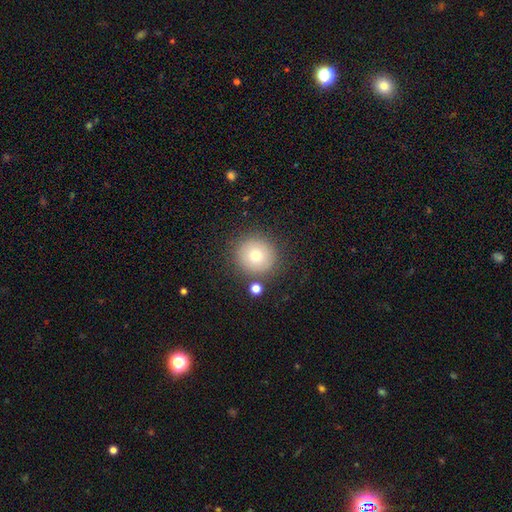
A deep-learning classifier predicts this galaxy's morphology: Smooth or featured? smooth (76%)
How rounded? round (93%)
Merging? none (82%)